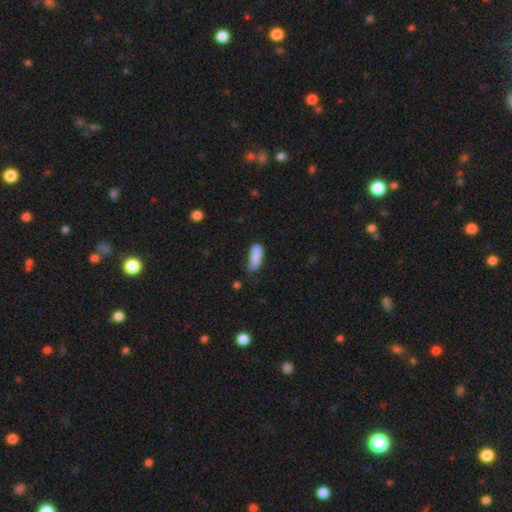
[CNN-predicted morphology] Smooth or featured?
  - smooth: 86% *
  - star or artifact: 8%
  - featured or disk: 7%
How rounded?
  - in between: 63% *
  - cigar-shaped: 35%
  - round: 2%
Merging?
  - none: 52% *
  - minor disturbance: 34%
  - major disturbance: 10%
  - merger: 4%